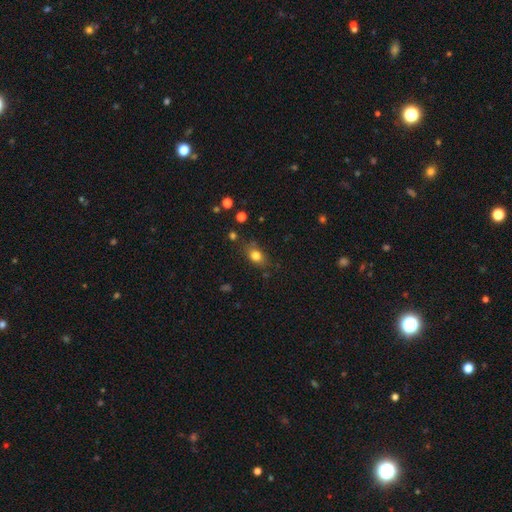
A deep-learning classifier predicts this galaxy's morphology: This appears to be a smooth galaxy with no disk features (80%) that is in between round and cigar-shaped (65%). Merging: none (75%).